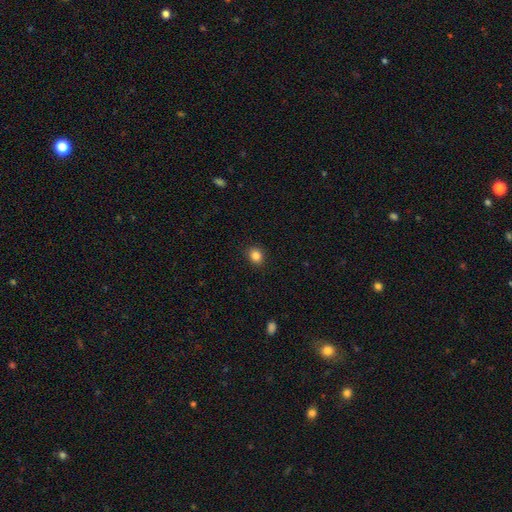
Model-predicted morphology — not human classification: Overall: smooth (85%). How rounded: round (66%; in between 34%). Merging: none (90%).